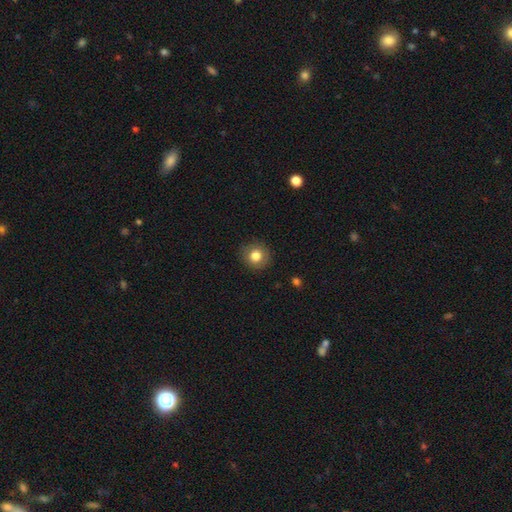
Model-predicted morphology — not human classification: type=smooth (80%); roundness=round (89%); merging=none (88%).